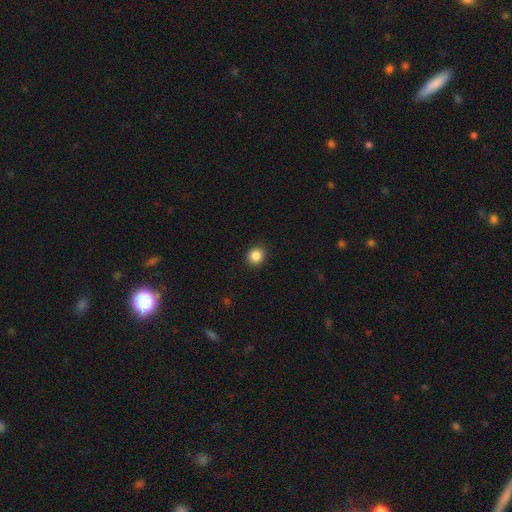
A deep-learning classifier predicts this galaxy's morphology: Smooth or featured?
  - smooth: 87% *
  - star or artifact: 10%
  - featured or disk: 3%
How rounded?
  - round: 84% *
  - in between: 15%
  - cigar-shaped: 1%
Merging?
  - none: 92% *
  - minor disturbance: 5%
  - major disturbance: 2%
  - merger: 1%